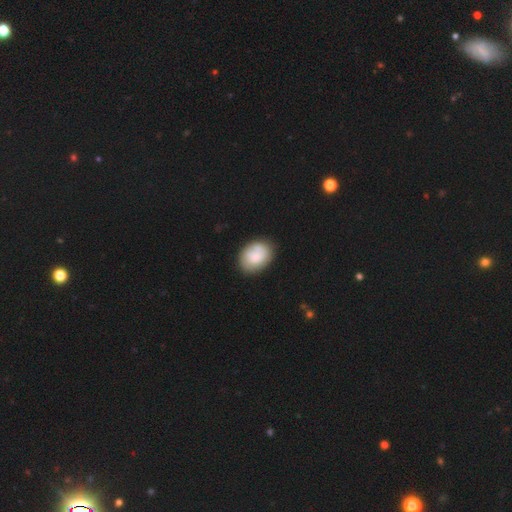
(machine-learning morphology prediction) Smooth or featured? Predicted: smooth (p=0.71). How rounded? Predicted: in between (p=0.64). Merging? Predicted: none (p=0.73).